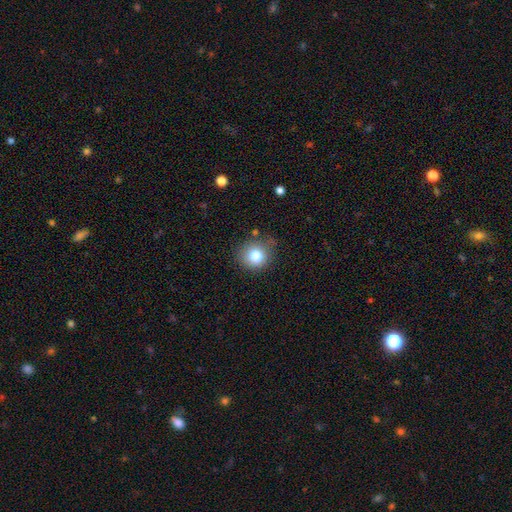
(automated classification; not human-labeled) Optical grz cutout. It shows a smooth galaxy with no disk features (80%) that is round (85%). Merging: none (74%).